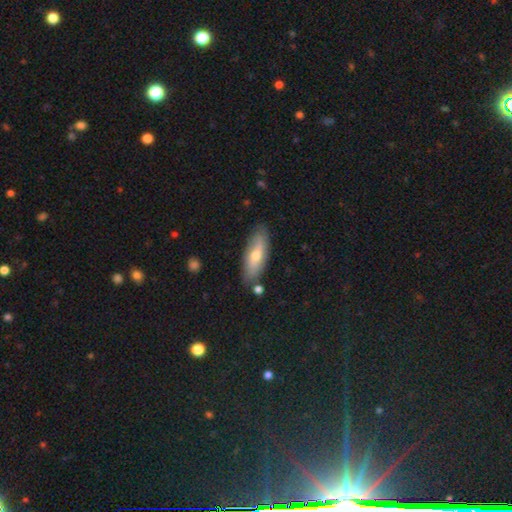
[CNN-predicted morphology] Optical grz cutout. It shows a smooth galaxy with no disk features (59%) that is in between round and cigar-shaped (66%). Merging: none (80%).